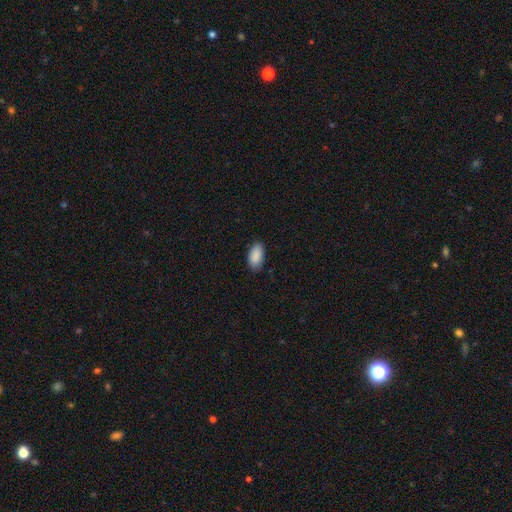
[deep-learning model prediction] Smooth or featured? smooth (90%)
How rounded? in between (94%)
Merging? none (85%)